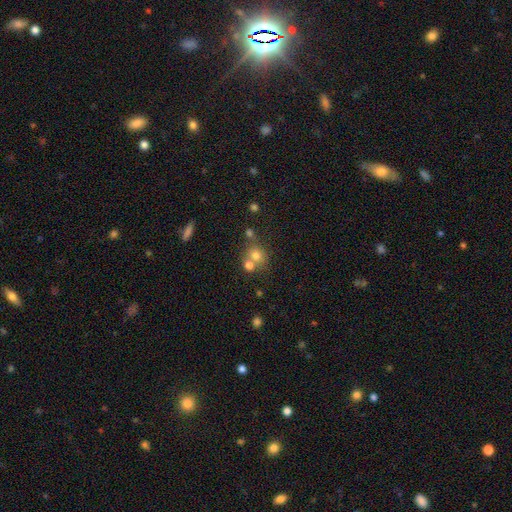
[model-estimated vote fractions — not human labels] This appears to be a smooth galaxy with no disk features (73%) that is round (79%). Merging: none (49%).